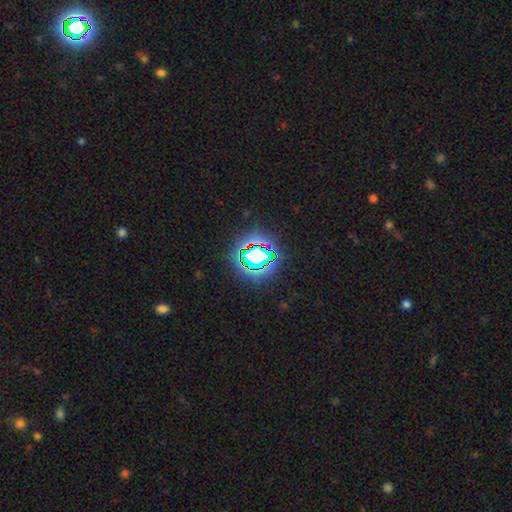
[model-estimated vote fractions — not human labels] This appears to be a star or artifact, not a galaxy (68%).